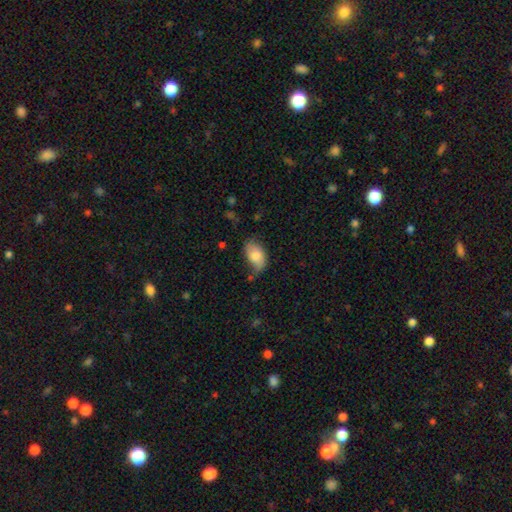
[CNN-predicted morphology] Smooth or featured: smooth — 77% (featured or disk — 17%)
How rounded: in between — 92% (round — 7%)
Merging: none — 57% (minor disturbance — 32%)